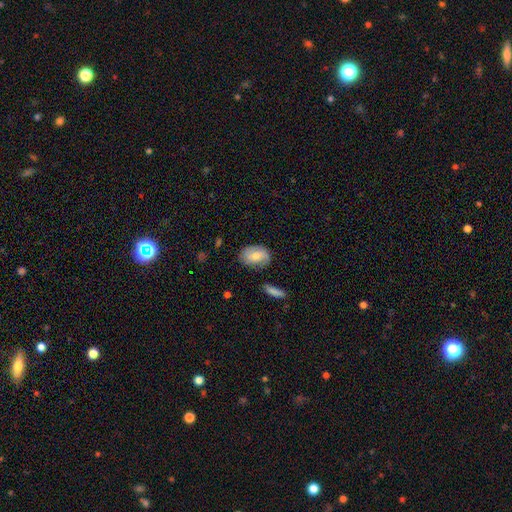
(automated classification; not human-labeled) Overall: smooth (53%; featured or disk 40%). How rounded: in between (80%). Merging: none (70%).